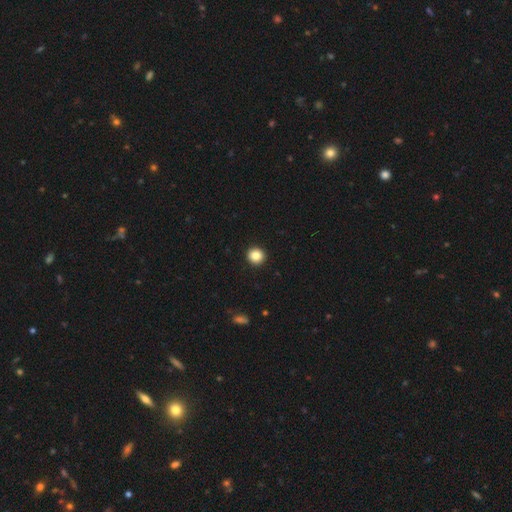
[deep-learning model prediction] Smooth or featured?
  - smooth: 85% *
  - star or artifact: 10%
  - featured or disk: 5%
How rounded?
  - round: 92% *
  - in between: 7%
  - cigar-shaped: 1%
Merging?
  - none: 93% *
  - minor disturbance: 4%
  - major disturbance: 1%
  - merger: 1%